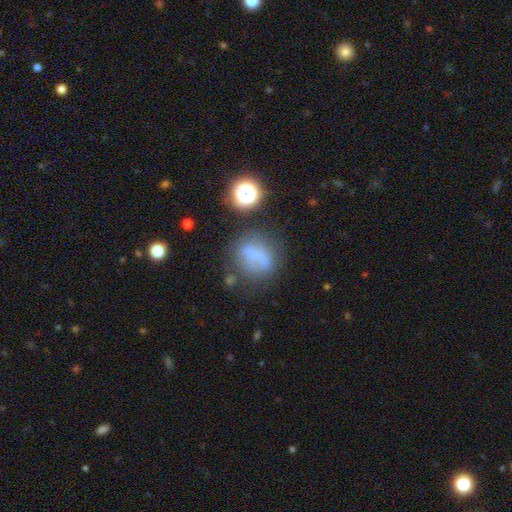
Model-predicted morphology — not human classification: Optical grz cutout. It shows a smooth galaxy with no disk features (53%) that is round (71%). Merging: none (51%).